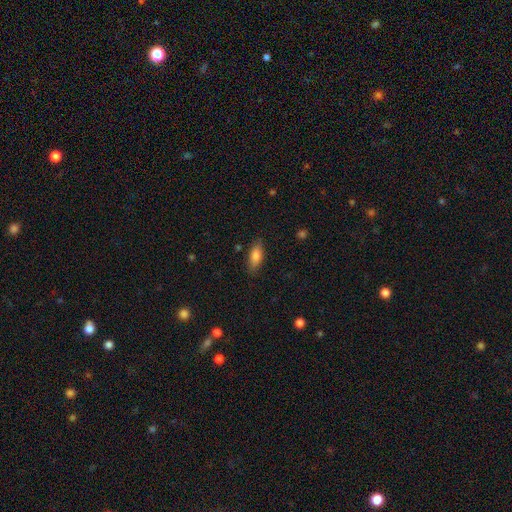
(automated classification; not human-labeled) smooth_or_featured: smooth (p=0.80) [alt: featured or disk p=0.13]
how_rounded: in between (p=0.76) [alt: cigar-shaped p=0.21]
merging: none (p=0.84) [alt: minor disturbance p=0.13]